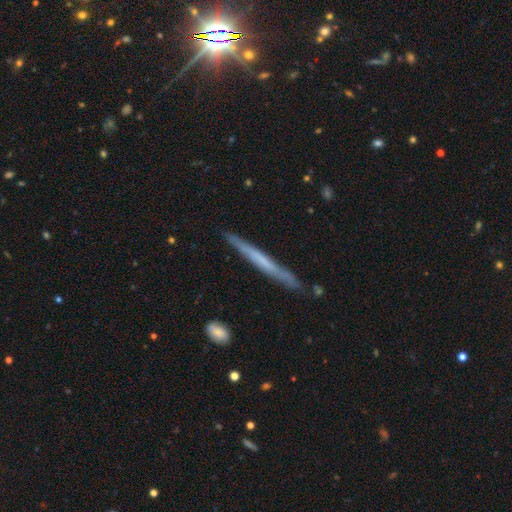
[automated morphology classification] featured or disk 56%, smooth 36%, star or artifact 8%. Down the decision tree: edge-on disk — yes (96%); edge-on bulge — none (78%); merging — none (88%).